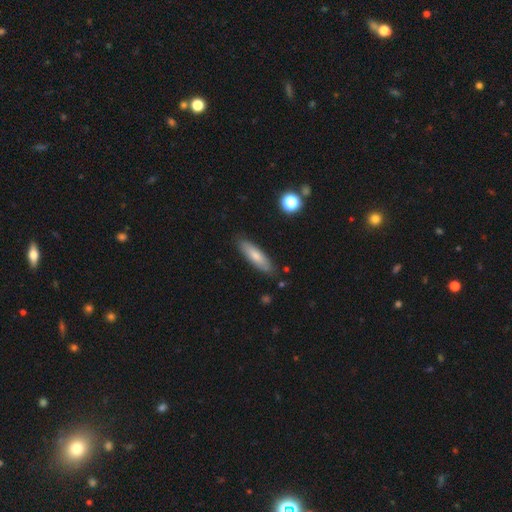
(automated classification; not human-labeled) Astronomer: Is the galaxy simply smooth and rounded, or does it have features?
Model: smooth — 75%.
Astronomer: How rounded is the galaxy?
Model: cigar-shaped — 61% (runner-up: in between, 37%).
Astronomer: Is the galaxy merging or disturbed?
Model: none — 86%.